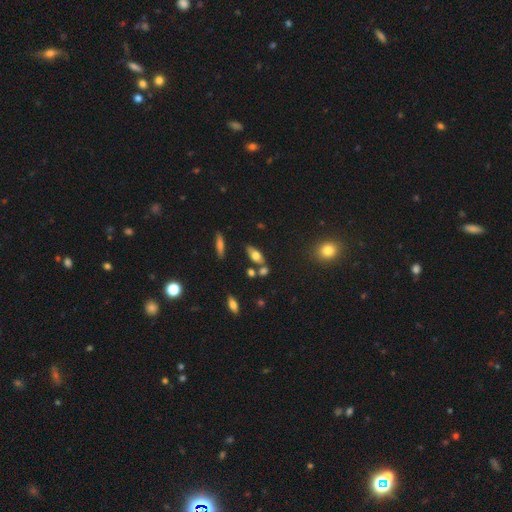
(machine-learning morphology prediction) This appears to be a smooth galaxy with no disk features (67%) that is in between round and cigar-shaped (81%). Merging: none (64%).